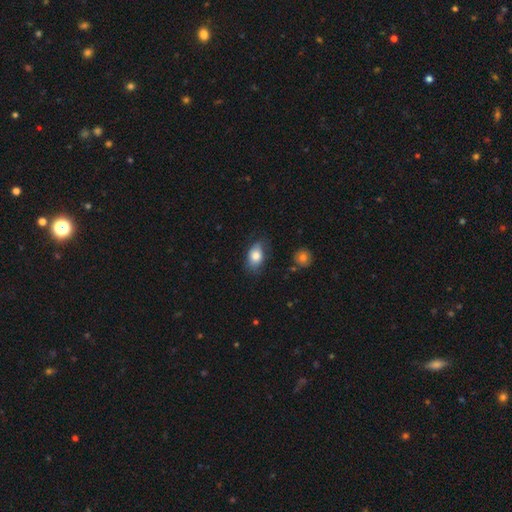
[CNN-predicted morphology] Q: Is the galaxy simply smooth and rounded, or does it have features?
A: smooth — 80%.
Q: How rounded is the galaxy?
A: in between — 86%.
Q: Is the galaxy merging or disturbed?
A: none — 64%.